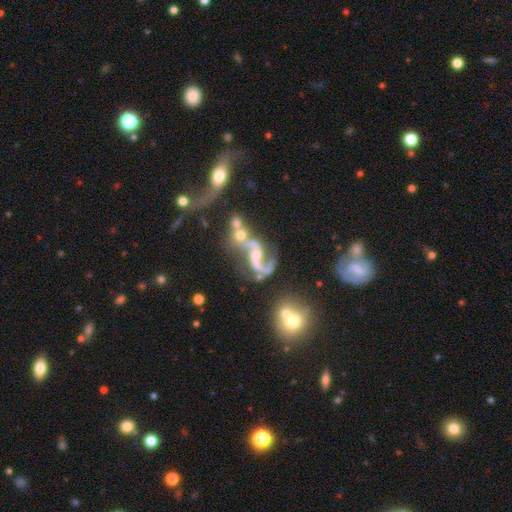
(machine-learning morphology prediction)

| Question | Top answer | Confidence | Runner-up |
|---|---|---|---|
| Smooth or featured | featured or disk | 81% | star or artifact (10%) |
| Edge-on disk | no | 96% | yes (4%) |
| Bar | no | 46% | weak (38%) |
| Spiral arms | yes | 89% | no (11%) |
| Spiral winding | loose | 77% | medium (18%) |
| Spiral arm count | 2 | 84% | 1 (7%) |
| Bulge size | small | 44% | moderate (32%) |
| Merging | merger | 45% | none (23%) |